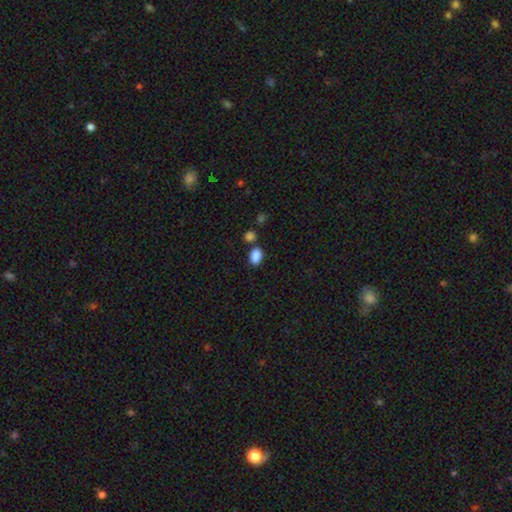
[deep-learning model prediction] Q: Smooth or featured?
A: smooth (87%); runner-up: star or artifact (9%)
Q: How rounded?
A: in between (82%); runner-up: round (16%)
Q: Merging?
A: none (72%); runner-up: minor disturbance (13%)